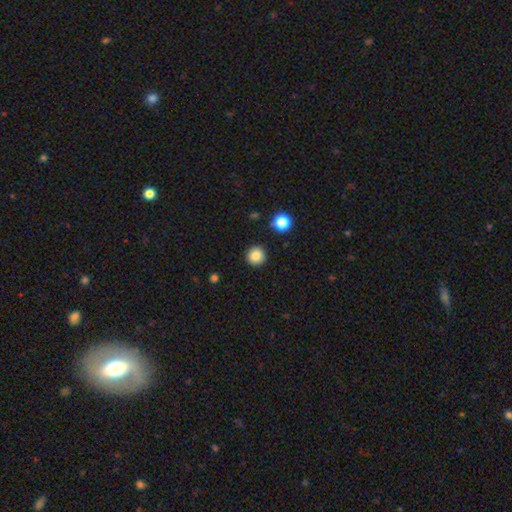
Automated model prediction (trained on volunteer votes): smooth_or_featured: smooth (p=0.85) [alt: star or artifact p=0.10]
how_rounded: round (p=0.95) [alt: in between p=0.05]
merging: none (p=0.91) [alt: minor disturbance p=0.05]